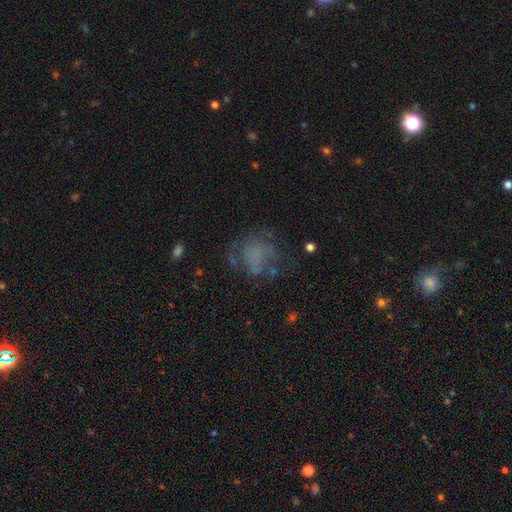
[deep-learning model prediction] This appears to be a smooth galaxy with no disk features (43%). Merging: none (41%).